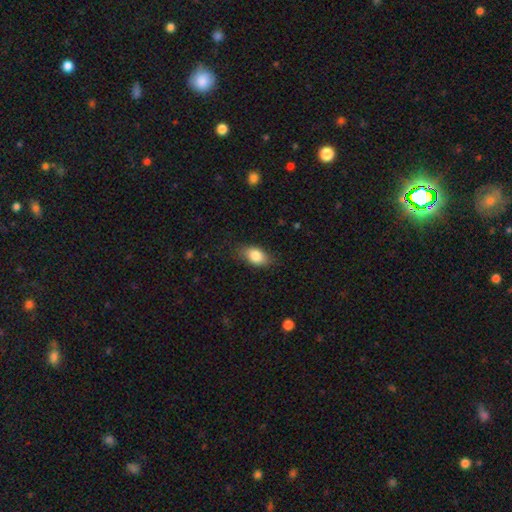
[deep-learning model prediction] Overall: smooth (83%). How rounded: in between (86%). Merging: none (77%).